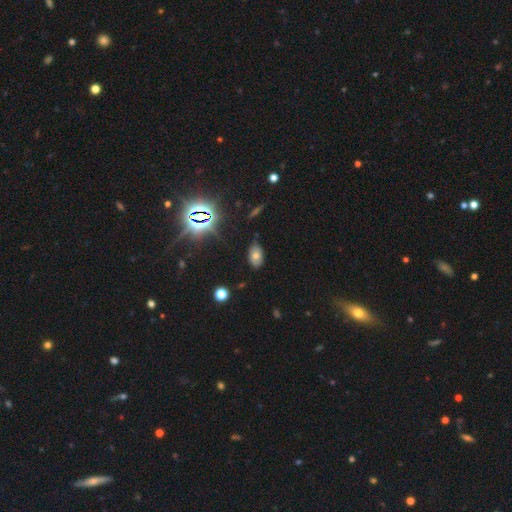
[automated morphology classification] Smooth or featured?
  - smooth: 50% *
  - star or artifact: 35%
  - featured or disk: 15%
Merging?
  - none: 81% *
  - minor disturbance: 14%
  - major disturbance: 4%
  - merger: 2%